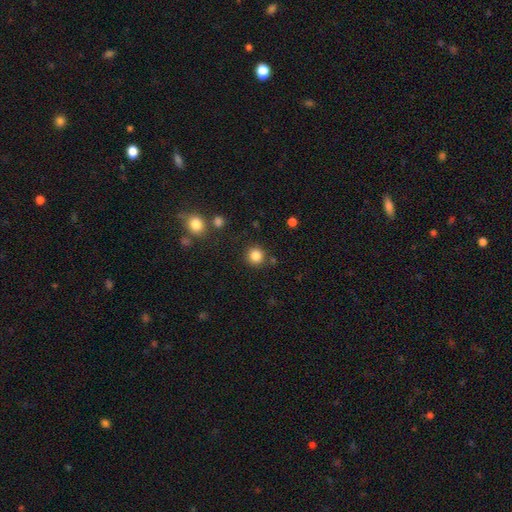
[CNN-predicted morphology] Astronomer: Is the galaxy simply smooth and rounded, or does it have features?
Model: smooth — 84%.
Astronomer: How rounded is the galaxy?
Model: round — 93%.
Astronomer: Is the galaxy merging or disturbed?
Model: none — 86%.